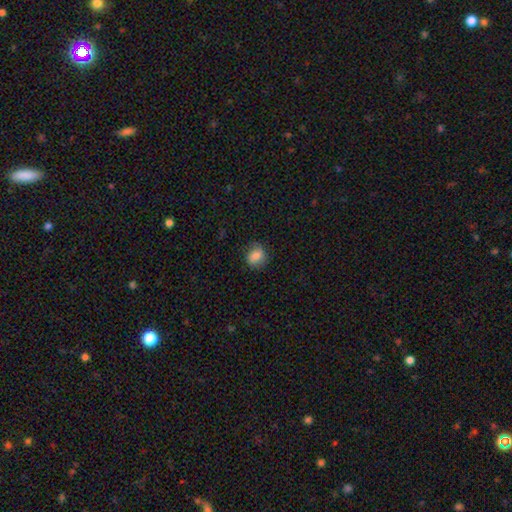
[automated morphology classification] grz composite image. It shows a smooth galaxy with no disk features (82%) that is round (66%). Merging: none (80%).